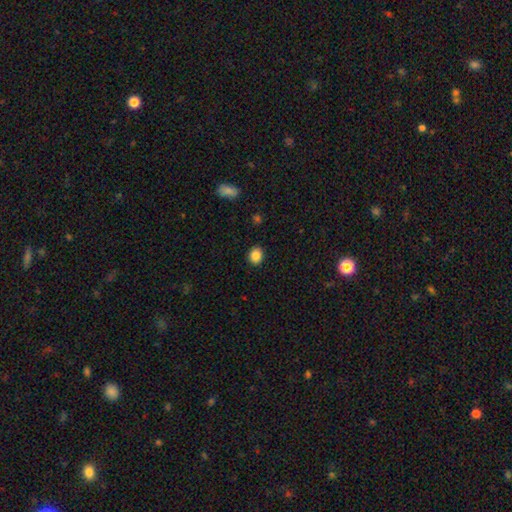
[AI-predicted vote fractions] The model was most divided on "how rounded": round: 63%, in between: 36%, cigar-shaped: 1%. More confident: merging — none (90%); smooth or featured — smooth (86%).